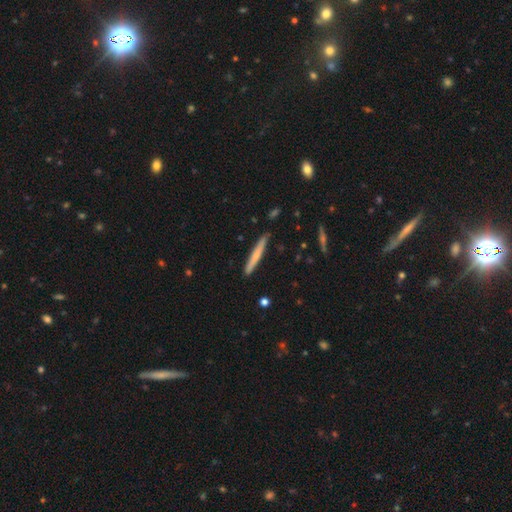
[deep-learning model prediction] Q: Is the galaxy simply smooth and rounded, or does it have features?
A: smooth — 54%.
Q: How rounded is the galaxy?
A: cigar-shaped — 96%.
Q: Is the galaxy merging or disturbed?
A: none — 89%.